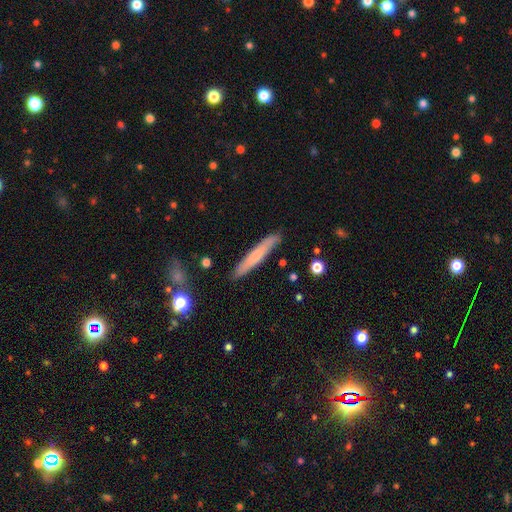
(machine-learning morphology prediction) A smooth galaxy with no disk features (59%) that is cigar-shaped (94%). Merging: none (88%).